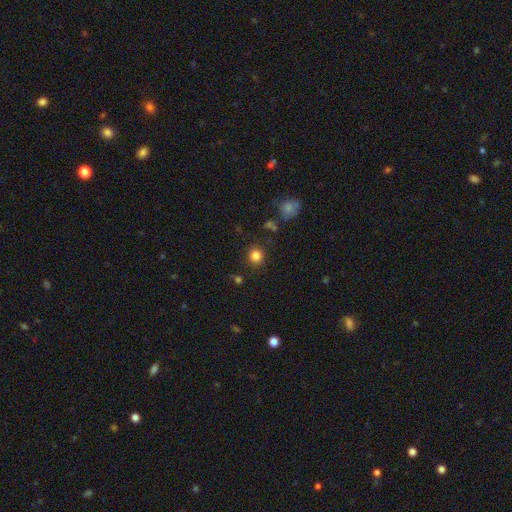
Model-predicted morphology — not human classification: smooth 83%, star or artifact 12%, featured or disk 4%. Down the decision tree: how rounded — round (91%); merging — none (87%).